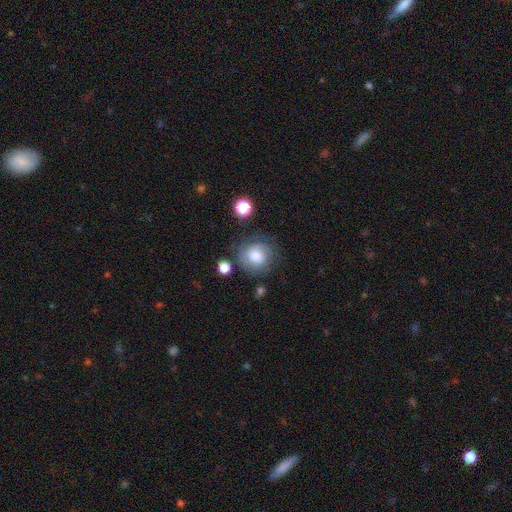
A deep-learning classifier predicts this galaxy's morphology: smooth-or-featured: smooth: 46% | featured or disk: 44% | star or artifact: 10%
  merging: none: 70% | minor disturbance: 17% | major disturbance: 10% | merger: 3%